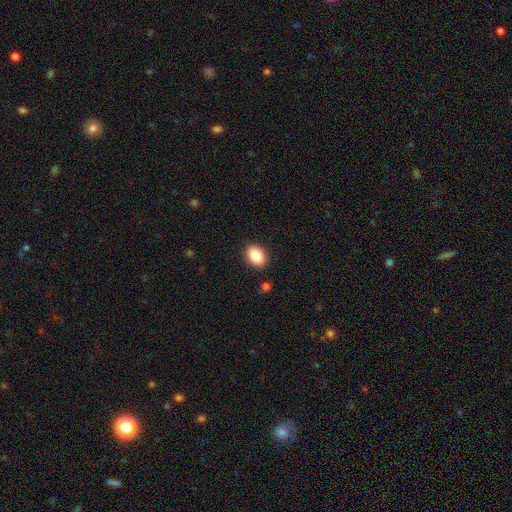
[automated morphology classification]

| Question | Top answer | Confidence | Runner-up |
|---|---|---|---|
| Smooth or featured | smooth | 86% | star or artifact (8%) |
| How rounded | in between | 74% | round (25%) |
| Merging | none | 89% | minor disturbance (8%) |